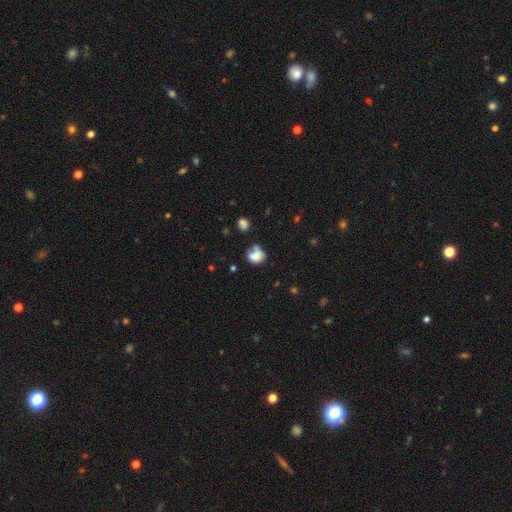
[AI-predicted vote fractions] Smooth or featured: smooth — 75% (featured or disk — 14%)
How rounded: round — 59% (in between — 39%)
Merging: none — 37% (merger — 29%)